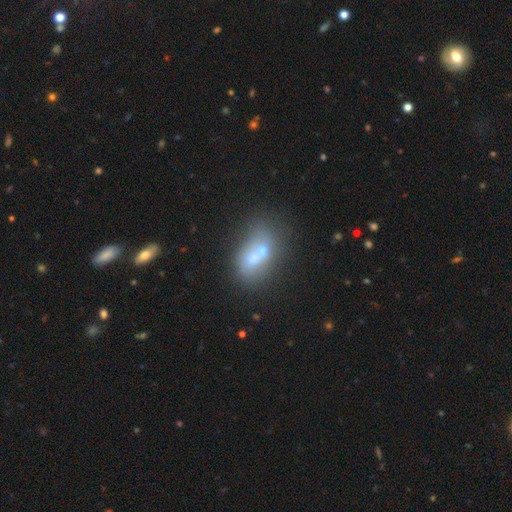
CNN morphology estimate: The model was most divided on "smooth or featured": smooth: 54%, featured or disk: 33%, star or artifact: 13%. More confident: how rounded — in between (67%); merging — merger (66%).